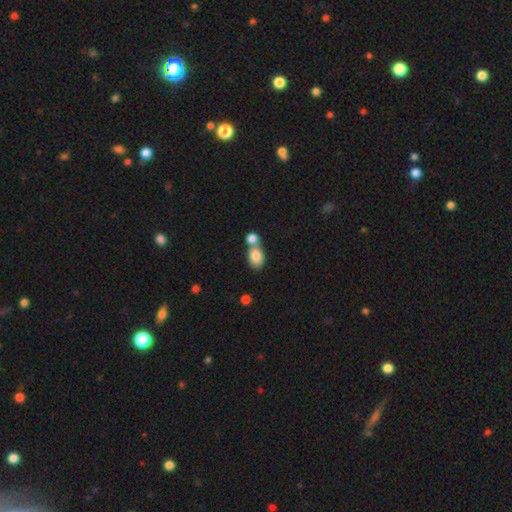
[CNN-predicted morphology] The model was most divided on "merging": merger: 51%, none: 36%, minor disturbance: 9%, major disturbance: 3%. More confident: how rounded — in between (84%); smooth or featured — smooth (83%).